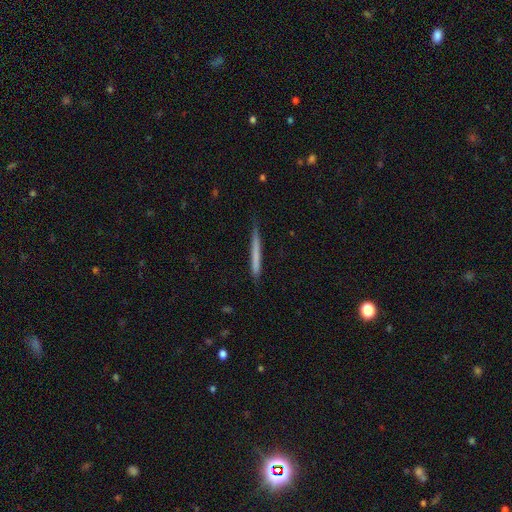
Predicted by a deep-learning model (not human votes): A smooth galaxy with no disk features (62%) that is cigar-shaped (97%).

Vote fractions:
- Smooth or featured? smooth: 62% / featured or disk: 32% / star or artifact: 6%
- How rounded? cigar-shaped: 97% / in between: 2% / round: 1%
- Merging? none: 83% / minor disturbance: 14% / major disturbance: 2% / merger: 1%